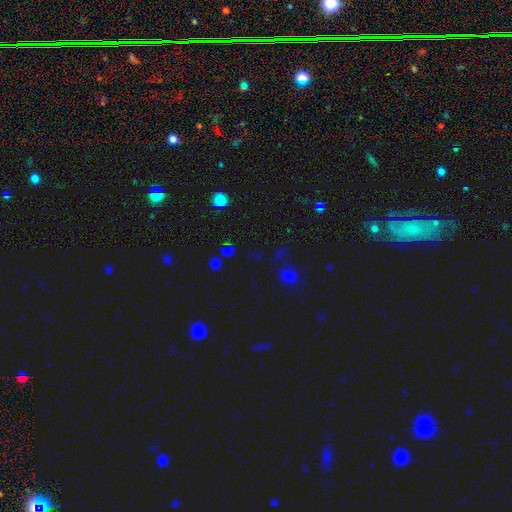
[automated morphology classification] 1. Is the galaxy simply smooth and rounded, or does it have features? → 49% star or artifact, 44% smooth, 8% featured or disk.